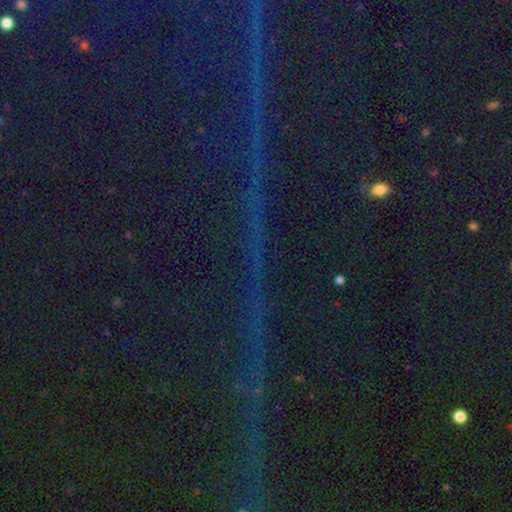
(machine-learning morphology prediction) Smooth or featured?
  - star or artifact: 85% *
  - smooth: 7%
  - featured or disk: 7%